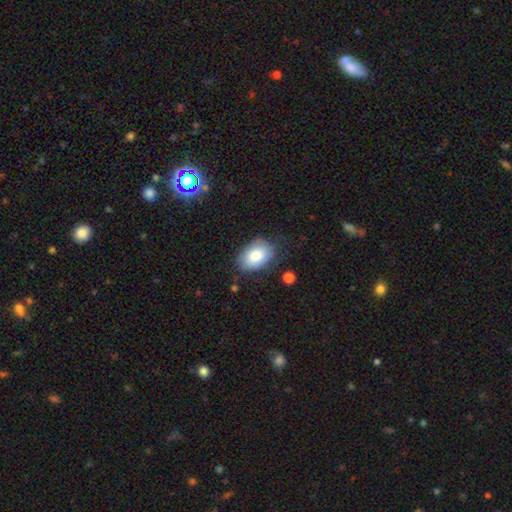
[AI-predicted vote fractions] Morphology: type=smooth (80%); roundness=in between (85%); merging=none (73%).